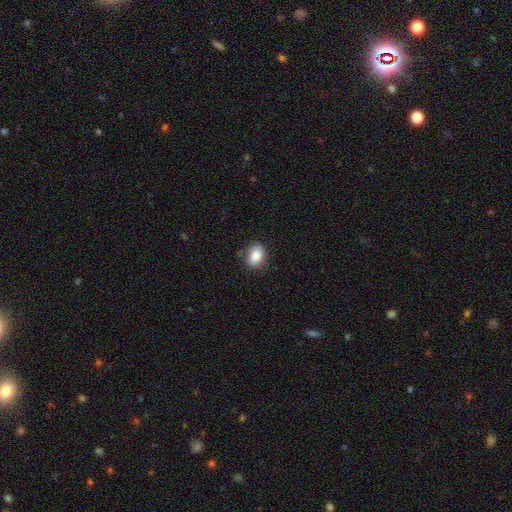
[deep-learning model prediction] Morphology: type=smooth (85%); roundness=in between (81%); merging=none (80%).